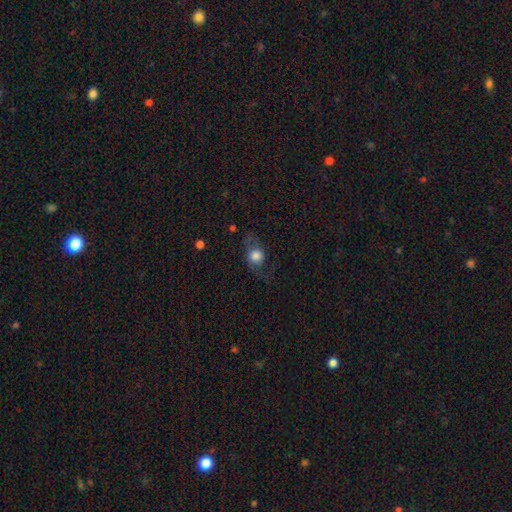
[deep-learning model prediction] Overall: smooth (61%; featured or disk 30%). How rounded: round (70%). Merging: none (59%; minor disturbance 20%).